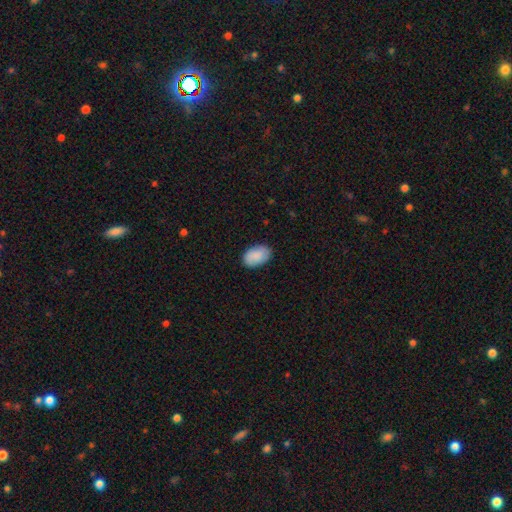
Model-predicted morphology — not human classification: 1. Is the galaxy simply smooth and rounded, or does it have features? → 89% smooth, 6% star or artifact, 5% featured or disk.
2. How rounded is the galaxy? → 91% in between, 8% round, 1% cigar-shaped.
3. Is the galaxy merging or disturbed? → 86% none, 11% minor disturbance, 2% major disturbance, 1% merger.